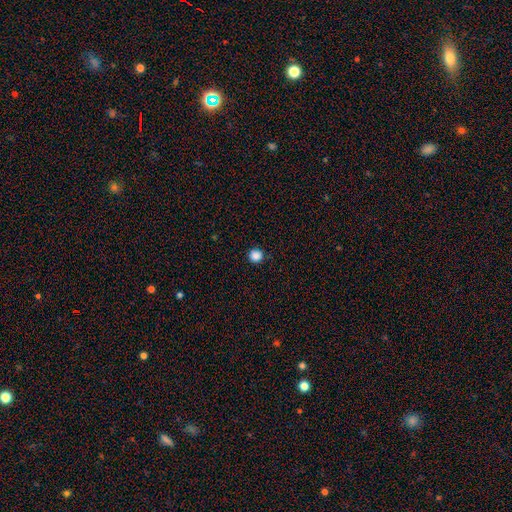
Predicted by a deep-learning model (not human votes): Overall: smooth (86%). How rounded: round (94%). Merging: none (91%).